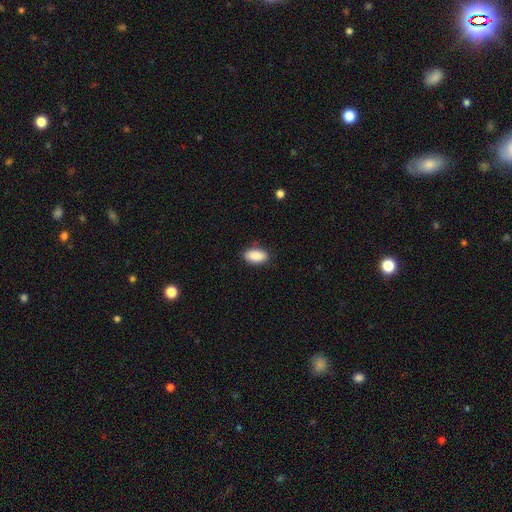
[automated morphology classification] type=smooth (90%); roundness=in between (94%); merging=none (87%).